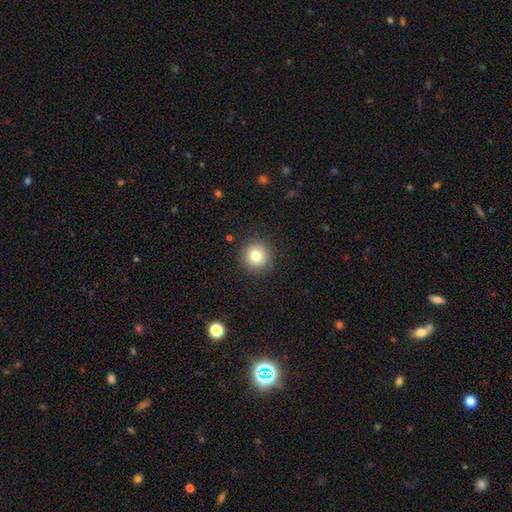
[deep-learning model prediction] The model was most divided on "smooth or featured": smooth: 79%, star or artifact: 12%, featured or disk: 9%. More confident: how rounded — round (95%); merging — none (91%).